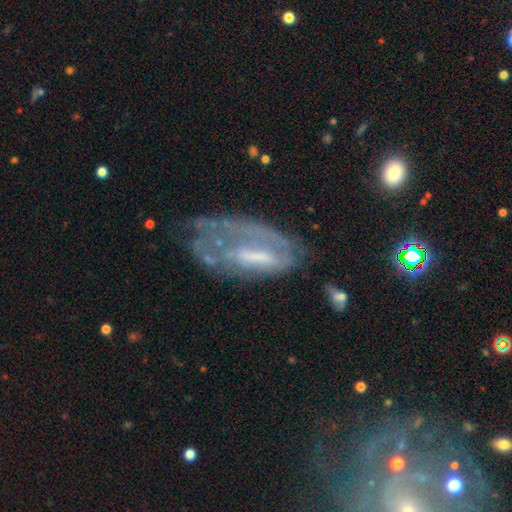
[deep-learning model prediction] A featured or disk galaxy (62%) with no bar (43%), no spiral arms (63%) and a moderate central bulge (33%). Merging: major disturbance (35%).